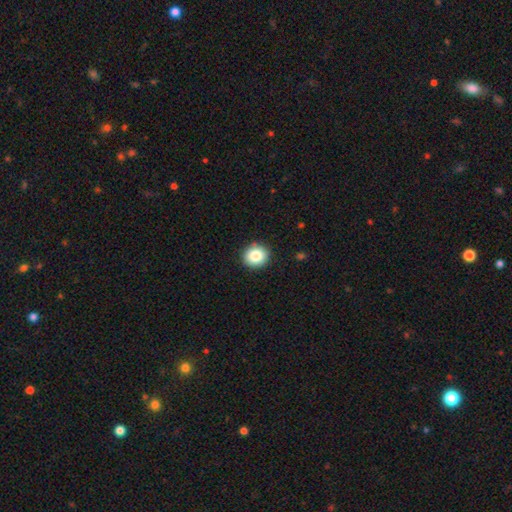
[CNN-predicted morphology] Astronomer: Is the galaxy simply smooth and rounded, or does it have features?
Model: smooth — 85%.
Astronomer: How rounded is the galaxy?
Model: round — 80%.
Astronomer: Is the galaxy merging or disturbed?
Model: none — 89%.